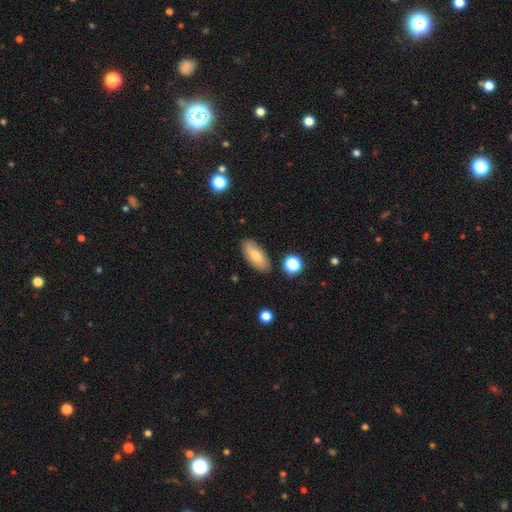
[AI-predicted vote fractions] Overall: smooth (72%). How rounded: in between (85%). Merging: none (84%).